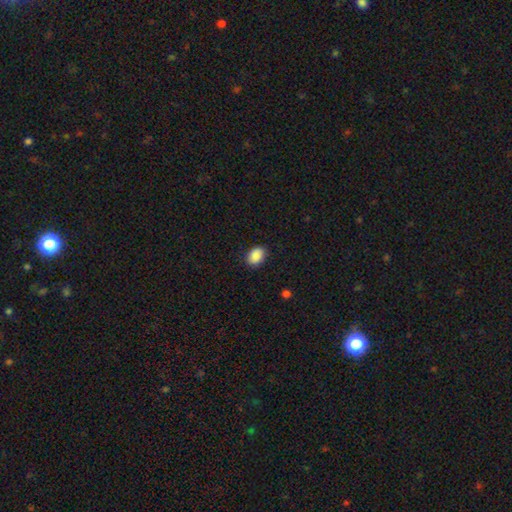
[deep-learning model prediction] Smooth or featured?
  - smooth: 89% *
  - star or artifact: 7%
  - featured or disk: 3%
How rounded?
  - in between: 77% *
  - round: 22%
  - cigar-shaped: 1%
Merging?
  - none: 86% *
  - minor disturbance: 10%
  - major disturbance: 2%
  - merger: 1%